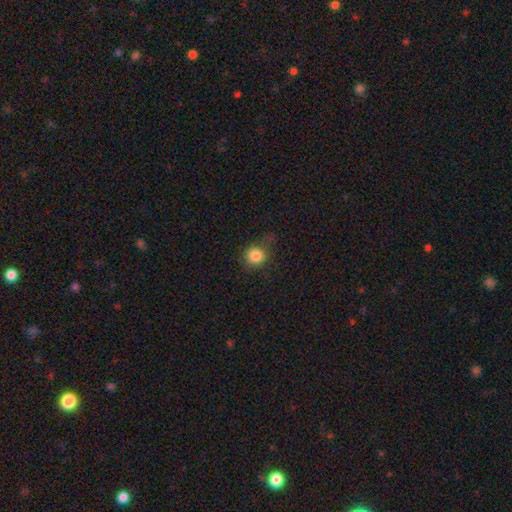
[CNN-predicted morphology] A smooth galaxy with no disk features (83%) that is round (86%). Merging: none (67%).